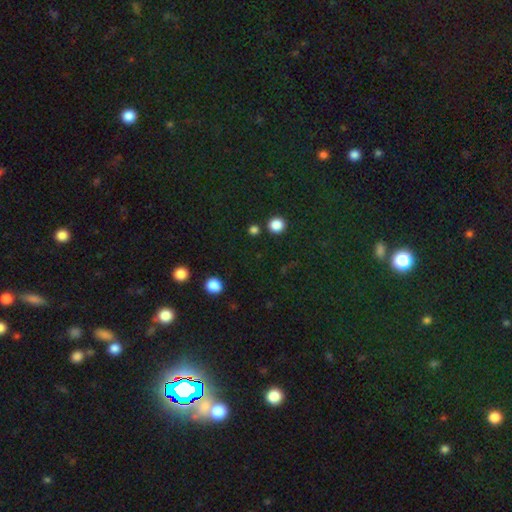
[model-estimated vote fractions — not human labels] Smooth or featured: star or artifact — 71% (smooth — 20%)